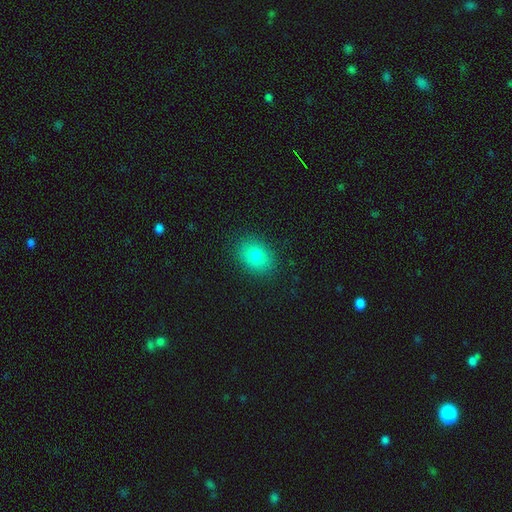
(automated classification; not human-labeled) smooth_or_featured: smooth (p=0.79) [alt: star or artifact p=0.11]
how_rounded: in between (p=0.64) [alt: round p=0.35]
merging: none (p=0.87) [alt: minor disturbance p=0.09]